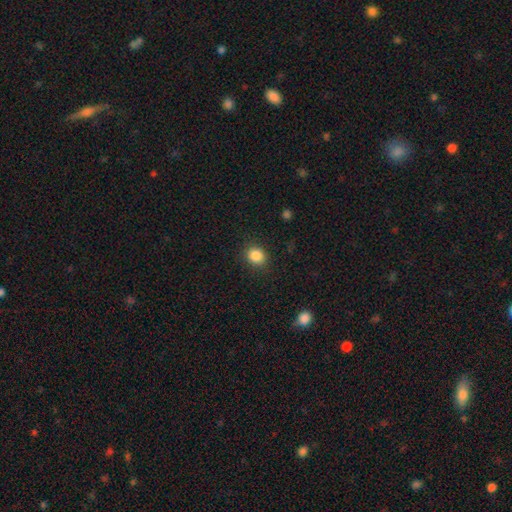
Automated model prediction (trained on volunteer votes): smooth 86%, star or artifact 10%, featured or disk 4%. Down the decision tree: how rounded — round (71%); merging — none (87%).